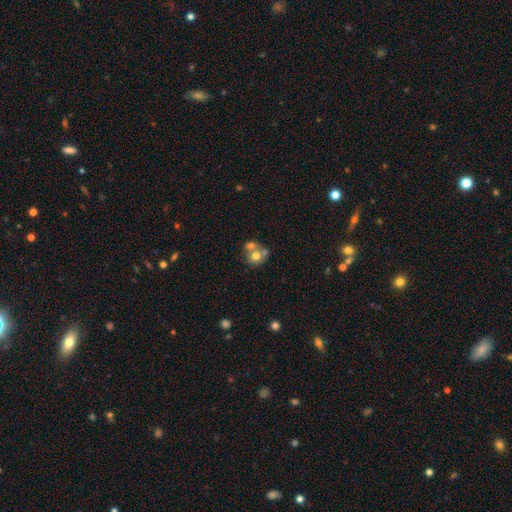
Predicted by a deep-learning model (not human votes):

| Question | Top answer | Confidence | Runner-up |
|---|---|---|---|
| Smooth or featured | smooth | 66% | featured or disk (25%) |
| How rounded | round | 74% | in between (25%) |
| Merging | merger | 55% | none (32%) |